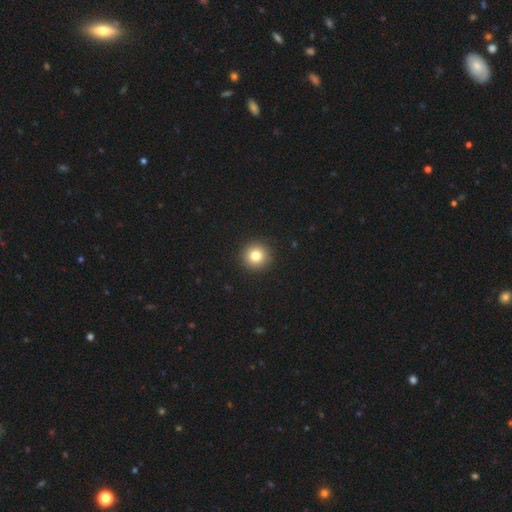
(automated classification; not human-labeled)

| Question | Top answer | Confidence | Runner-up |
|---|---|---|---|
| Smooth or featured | smooth | 81% | star or artifact (11%) |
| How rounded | round | 96% | in between (4%) |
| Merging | none | 93% | minor disturbance (4%) |